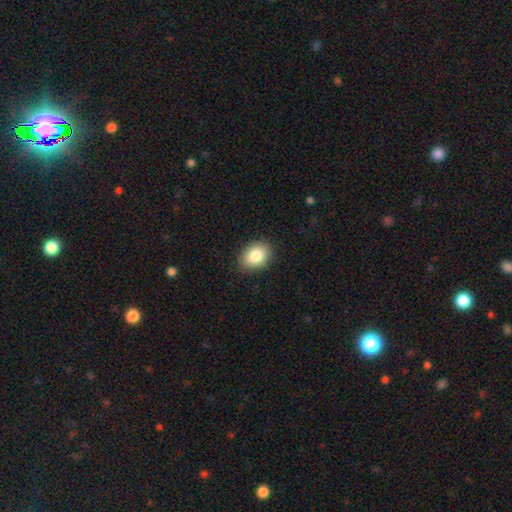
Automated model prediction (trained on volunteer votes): Overall: smooth (84%). How rounded: in between (71%). Merging: none (88%).